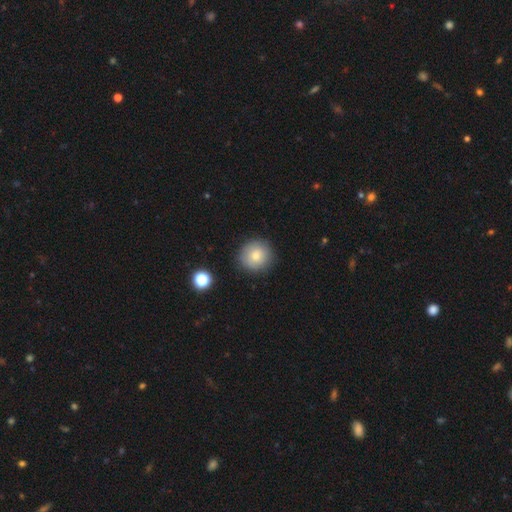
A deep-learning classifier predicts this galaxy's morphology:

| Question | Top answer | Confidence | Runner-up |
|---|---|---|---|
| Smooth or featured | smooth | 80% | featured or disk (10%) |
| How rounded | round | 90% | in between (9%) |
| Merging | none | 87% | minor disturbance (9%) |